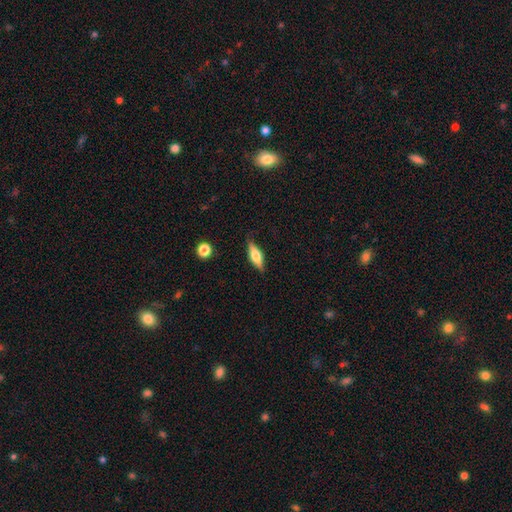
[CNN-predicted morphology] A smooth galaxy with no disk features (50%). Merging: none (84%).